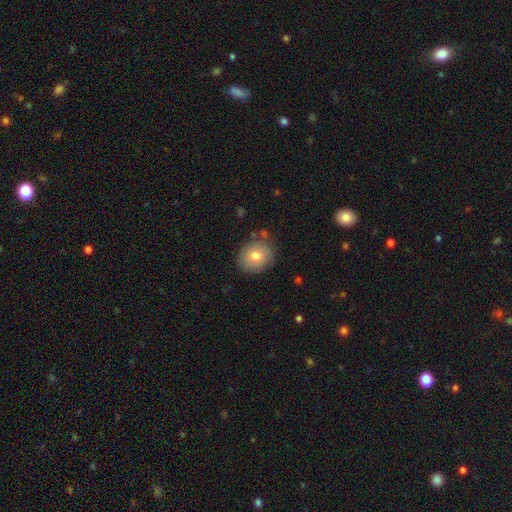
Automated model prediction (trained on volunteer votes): A smooth galaxy with no disk features (75%) that is round (72%). Merging: none (80%).